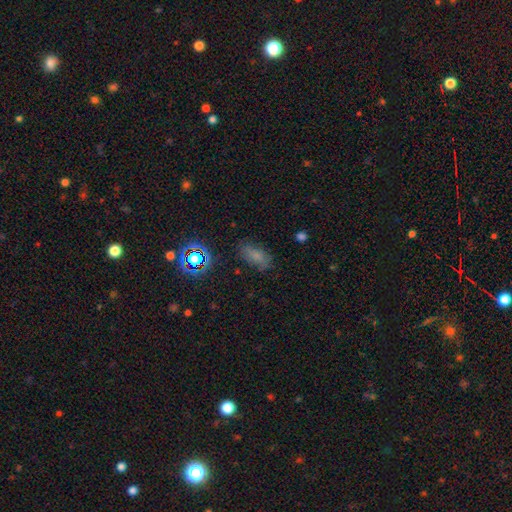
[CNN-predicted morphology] smooth_or_featured: smooth (p=0.67) [alt: star or artifact p=0.20]
how_rounded: in between (p=0.83) [alt: cigar-shaped p=0.10]
merging: none (p=0.72) [alt: minor disturbance p=0.19]